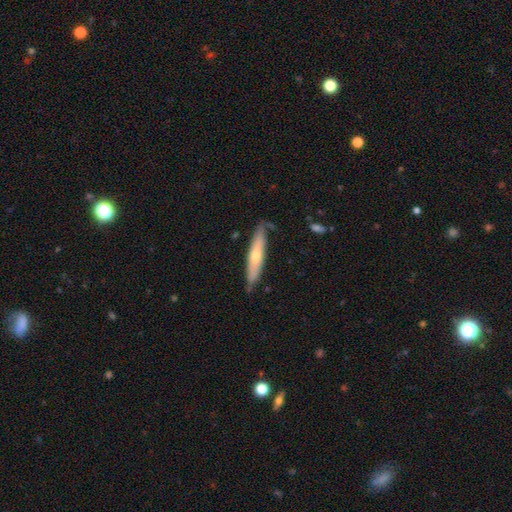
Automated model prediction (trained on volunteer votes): Smooth or featured? smooth (49%)
Merging? none (79%)